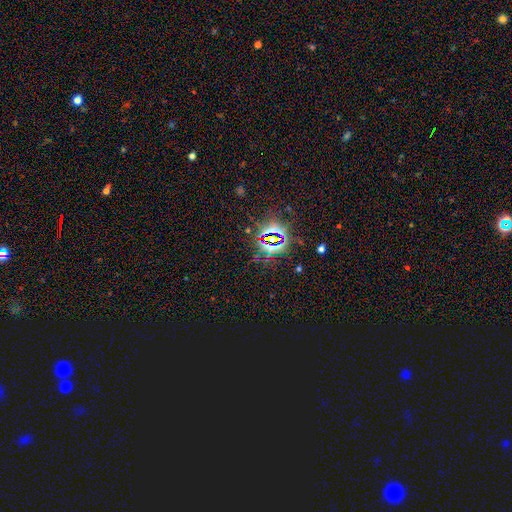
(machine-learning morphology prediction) Q: Smooth or featured?
A: star or artifact (82%); runner-up: smooth (11%)